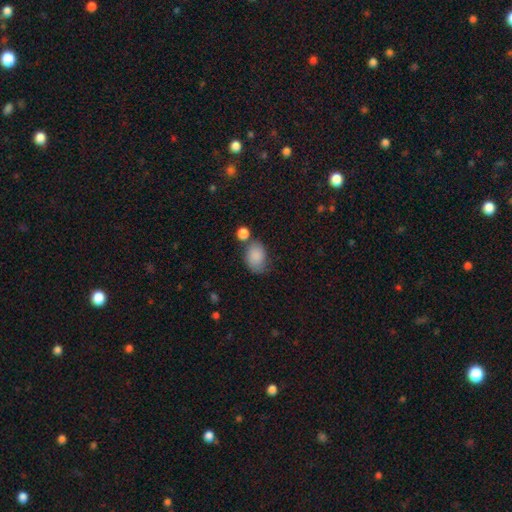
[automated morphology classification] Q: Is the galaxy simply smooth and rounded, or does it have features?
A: smooth — 85%.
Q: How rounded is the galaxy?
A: in between — 77%.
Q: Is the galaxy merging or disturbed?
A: none — 52%.